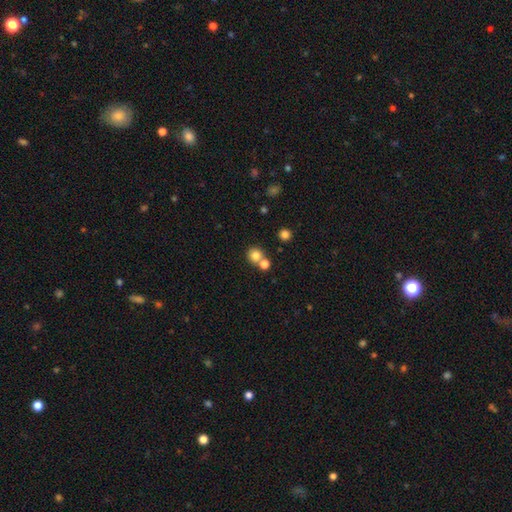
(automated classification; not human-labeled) The model was most divided on "merging": none: 60%, merger: 31%, minor disturbance: 7%, major disturbance: 3%. More confident: how rounded — round (89%); smooth or featured — smooth (80%).